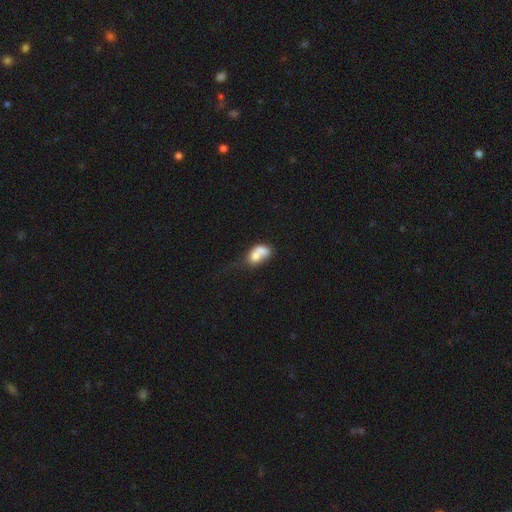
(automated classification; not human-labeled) A smooth galaxy with no disk features (64%) that is in between round and cigar-shaped (72%).

Vote fractions:
- Smooth or featured? smooth: 64% / featured or disk: 26% / star or artifact: 9%
- How rounded? in between: 72% / round: 25% / cigar-shaped: 4%
- Merging? merger: 58% / none: 18% / major disturbance: 13% / minor disturbance: 12%